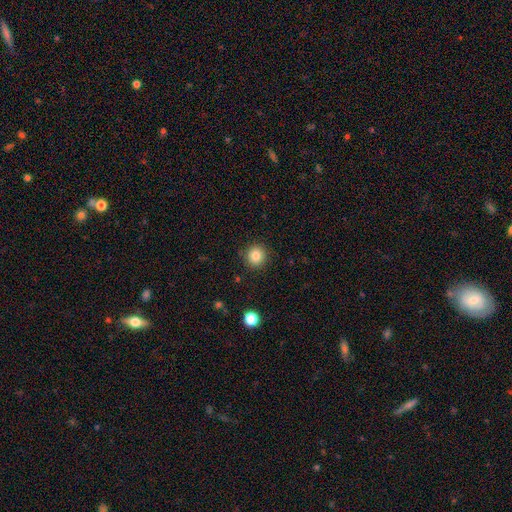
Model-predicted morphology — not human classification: Smooth or featured? Predicted: smooth (p=0.84). How rounded? Predicted: round (p=0.93). Merging? Predicted: none (p=0.90).